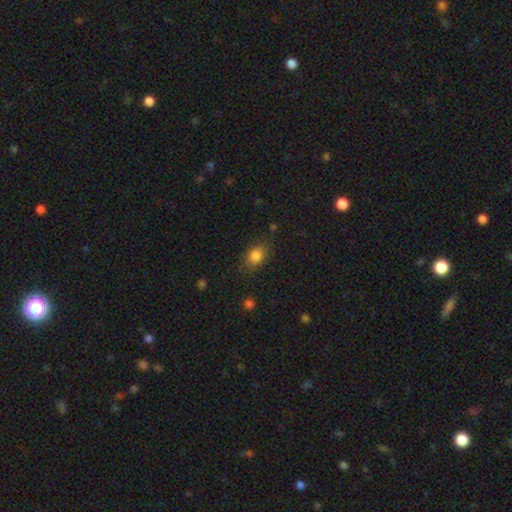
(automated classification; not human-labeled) Morphology: type=smooth (84%); roundness=in between (70%); merging=none (78%).